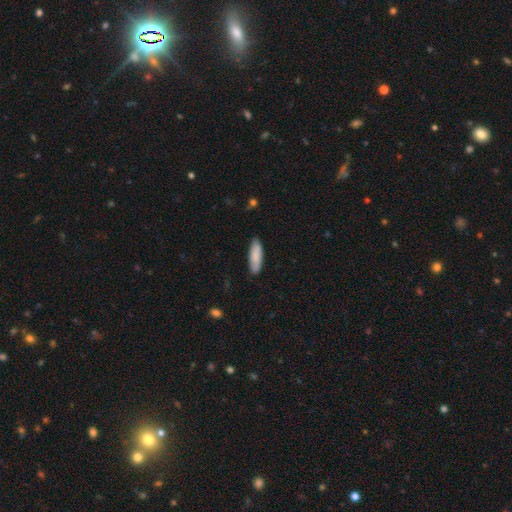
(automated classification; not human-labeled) smooth-or-featured: smooth: 86% | featured or disk: 8% | star or artifact: 5%
  how-rounded: cigar-shaped: 50% | in between: 49% | round: 1%
  merging: none: 84% | minor disturbance: 13% | major disturbance: 2% | merger: 1%